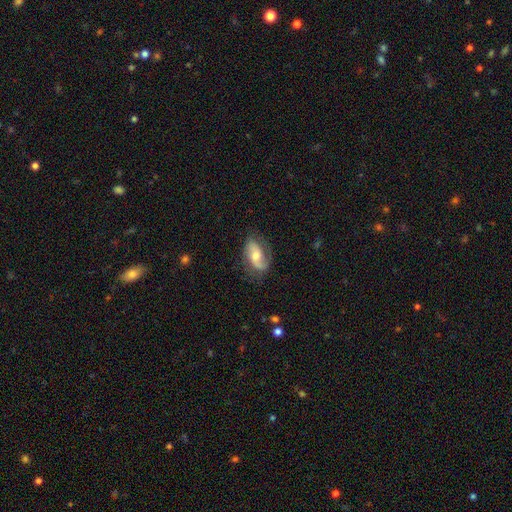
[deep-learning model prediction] This is likely a featured or disk galaxy (72%). It is clearly not viewed edge-on (95%). Bar: possibly no (53%). Spiral arm pattern: clearly yes (92%). Spiral arm count: likely 2 (76%). Spiral winding: marginally loose (41%). Central bulge: likely moderate (62%). Merging: likely none (69%).